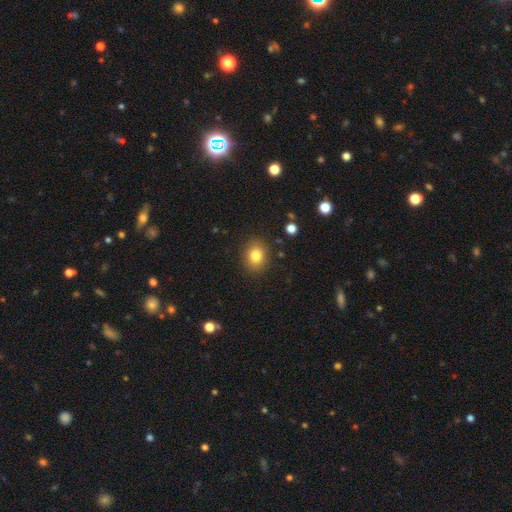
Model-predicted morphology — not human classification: Smooth or featured: smooth — 82% (star or artifact — 11%)
How rounded: round — 59% (in between — 40%)
Merging: none — 88% (minor disturbance — 8%)